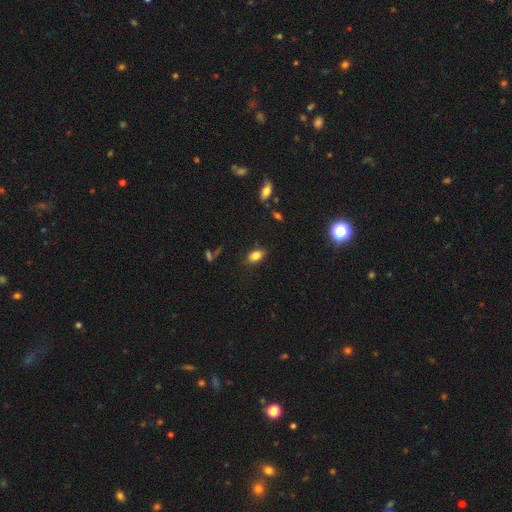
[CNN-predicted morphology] Q: Smooth or featured?
A: smooth (82%); runner-up: star or artifact (9%)
Q: How rounded?
A: in between (87%); runner-up: round (10%)
Q: Merging?
A: none (83%); runner-up: minor disturbance (12%)